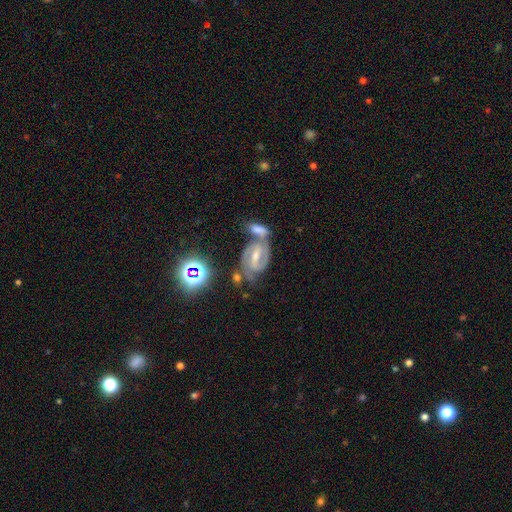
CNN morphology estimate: Smooth or featured? featured or disk (80%)
Edge-on disk? no (96%)
Bar? strong (49%)
Spiral arms? yes (95%)
Spiral winding? medium (48%)
Spiral arm count? 2 (84%)
Bulge size? moderate (48%)
Merging? none (45%)